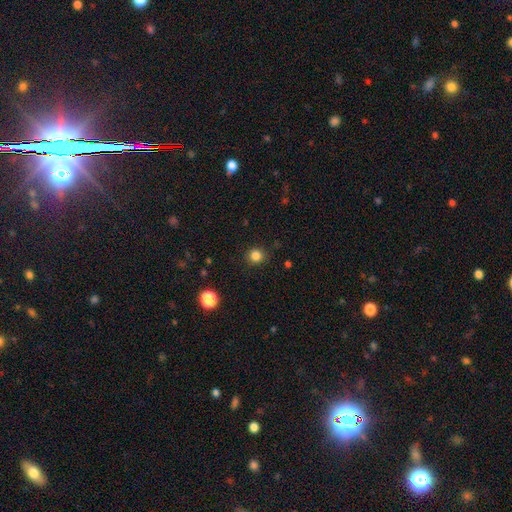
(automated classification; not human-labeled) smooth 84%, star or artifact 12%, featured or disk 4%. Down the decision tree: how rounded — round (91%); merging — none (89%).